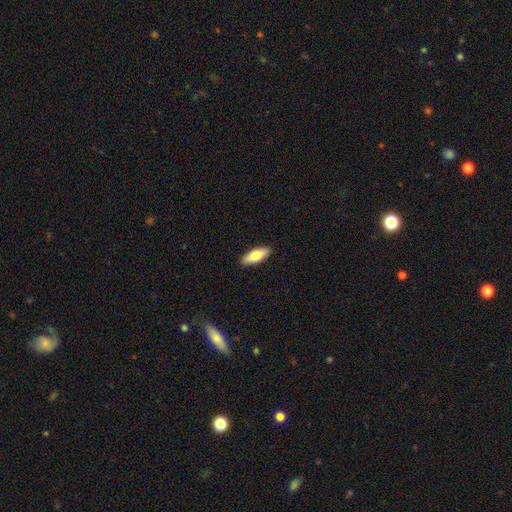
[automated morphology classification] Smooth or featured? smooth (76%)
How rounded? in between (74%)
Merging? none (90%)